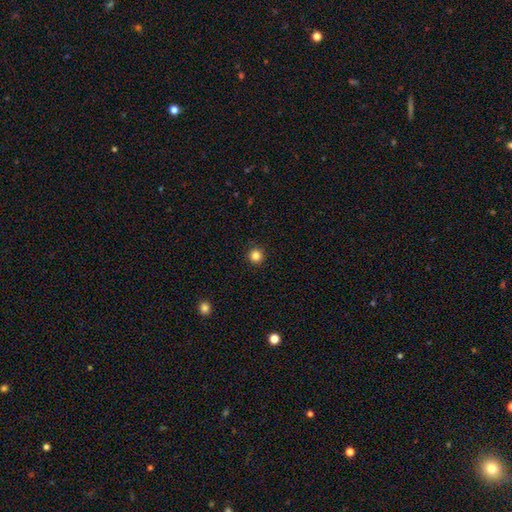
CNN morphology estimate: Smooth or featured? smooth (83%)
How rounded? round (96%)
Merging? none (93%)